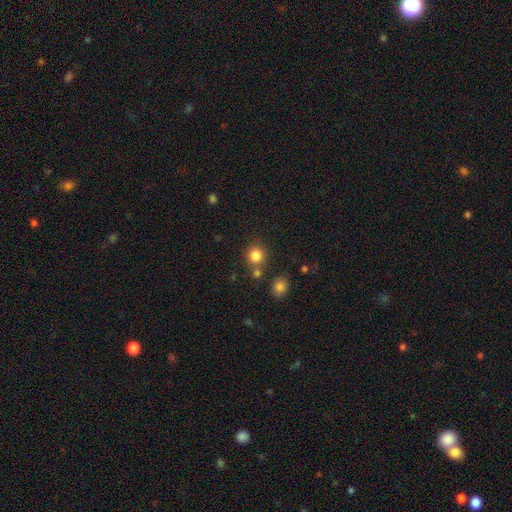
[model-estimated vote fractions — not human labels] Smooth or featured? Predicted: smooth (p=0.83). How rounded? Predicted: round (p=0.86). Merging? Predicted: none (p=0.72).